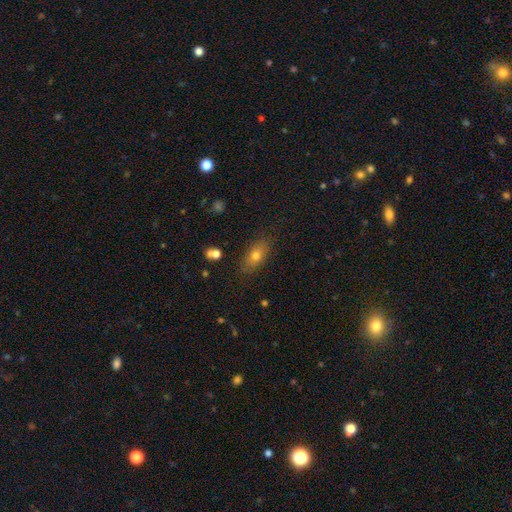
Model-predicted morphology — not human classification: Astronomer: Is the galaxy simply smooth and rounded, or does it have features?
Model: smooth — 69%.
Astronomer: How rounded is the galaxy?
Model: in between — 78%.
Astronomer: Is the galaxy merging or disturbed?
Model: none — 83%.